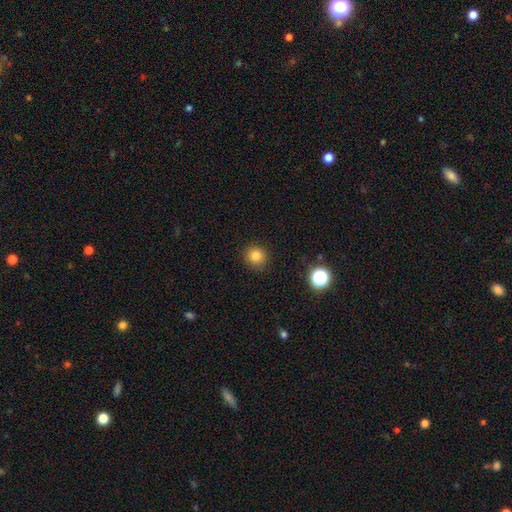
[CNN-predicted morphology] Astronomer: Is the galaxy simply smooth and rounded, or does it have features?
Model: smooth — 82%.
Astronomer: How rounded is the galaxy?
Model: round — 92%.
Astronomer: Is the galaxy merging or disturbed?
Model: none — 89%.